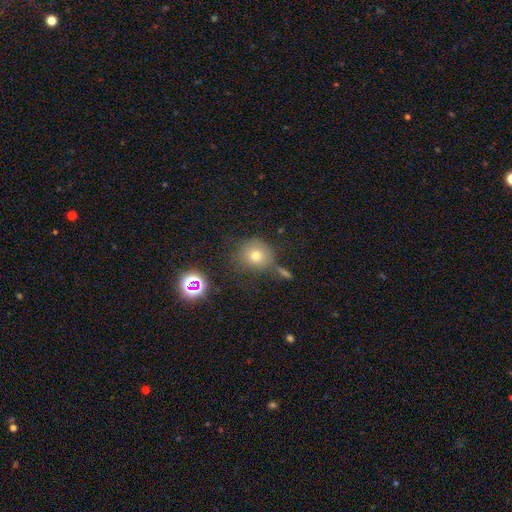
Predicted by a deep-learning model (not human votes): Smooth or featured? Predicted: smooth (p=0.70). How rounded? Predicted: round (p=0.89). Merging? Predicted: none (p=0.72).